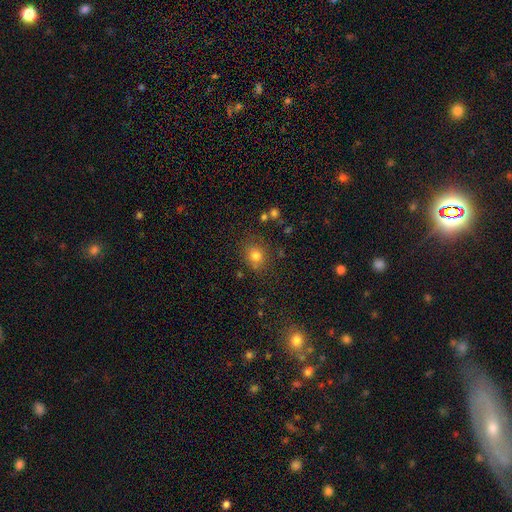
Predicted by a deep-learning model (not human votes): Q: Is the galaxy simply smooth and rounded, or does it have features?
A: smooth — 78%.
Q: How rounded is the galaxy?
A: round — 71%.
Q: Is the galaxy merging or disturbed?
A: none — 78%.